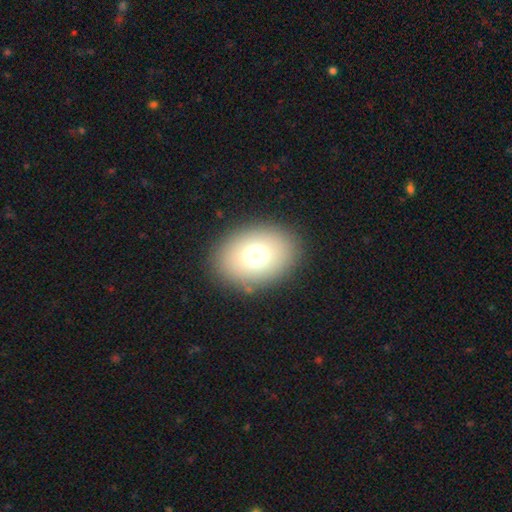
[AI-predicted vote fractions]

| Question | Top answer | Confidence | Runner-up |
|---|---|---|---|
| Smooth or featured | smooth | 71% | featured or disk (15%) |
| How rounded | in between | 62% | round (36%) |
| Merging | none | 87% | minor disturbance (8%) |